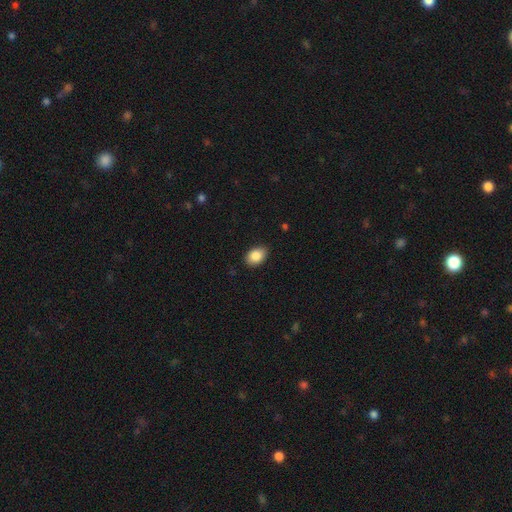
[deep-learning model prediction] This appears to be a smooth galaxy with no disk features (87%) that is in between round and cigar-shaped (83%). Merging: none (85%).